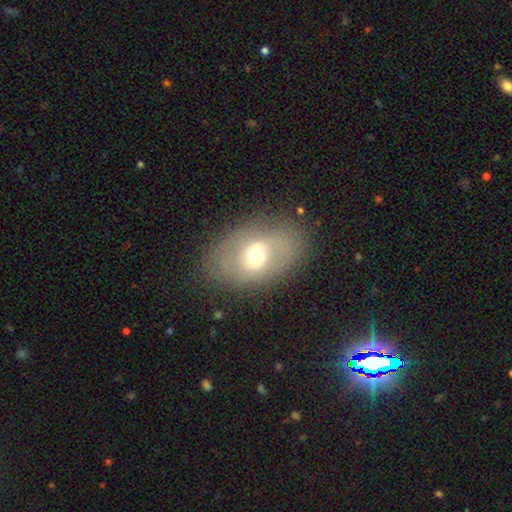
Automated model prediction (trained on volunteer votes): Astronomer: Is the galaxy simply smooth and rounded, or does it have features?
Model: featured or disk — 49% (runner-up: smooth, 41%).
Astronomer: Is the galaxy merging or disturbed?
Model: none — 79%.